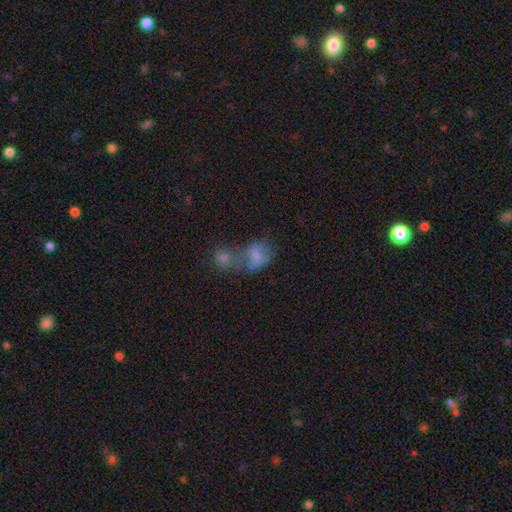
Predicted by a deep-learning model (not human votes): Smooth or featured: smooth — 60% (featured or disk — 26%)
How rounded: in between — 64% (round — 34%)
Merging: merger — 50% (none — 22%)